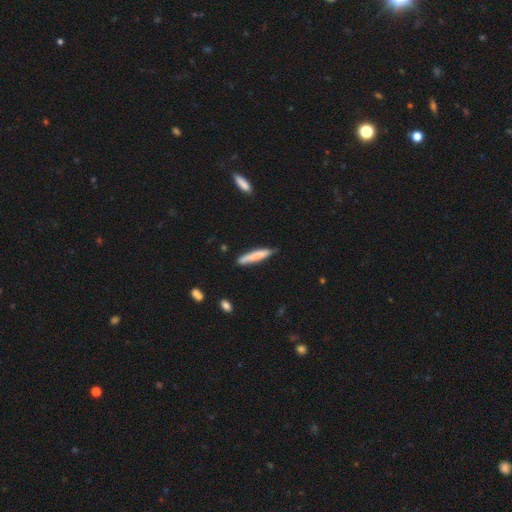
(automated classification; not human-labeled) Overall: smooth (77%). How rounded: cigar-shaped (92%). Merging: none (75%).